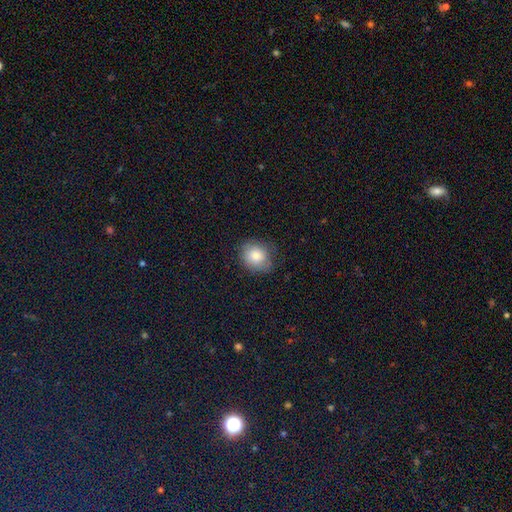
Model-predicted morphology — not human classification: smooth_or_featured: smooth (p=0.79) [alt: featured or disk p=0.12]
how_rounded: round (p=0.66) [alt: in between p=0.33]
merging: none (p=0.70) [alt: minor disturbance p=0.23]